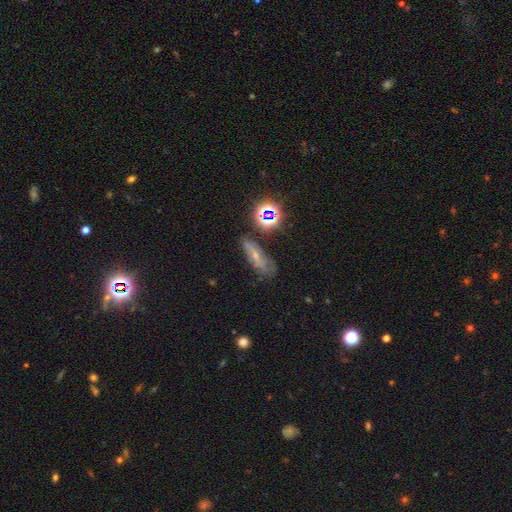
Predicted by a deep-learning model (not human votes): featured or disk 41%, smooth 33%, star or artifact 26%. Down the decision tree: merging — none (58%).